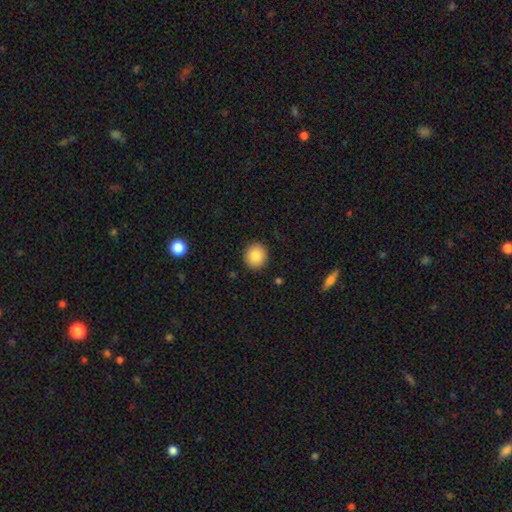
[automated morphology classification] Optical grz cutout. It shows a smooth galaxy with no disk features (86%) that is round (89%). Merging: none (90%).